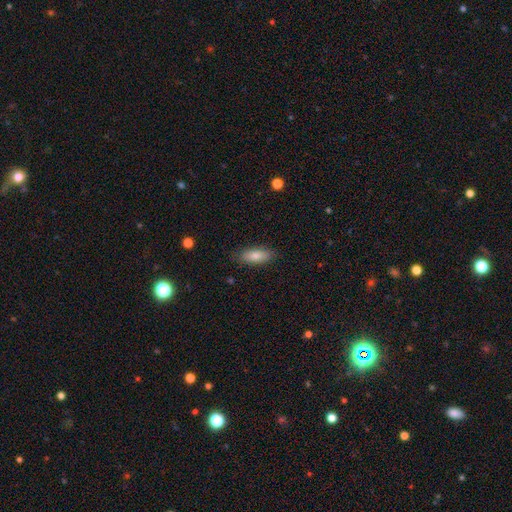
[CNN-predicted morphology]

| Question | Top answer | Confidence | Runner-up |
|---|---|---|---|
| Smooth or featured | smooth | 82% | featured or disk (11%) |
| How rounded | in between | 74% | cigar-shaped (23%) |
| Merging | none | 85% | minor disturbance (12%) |